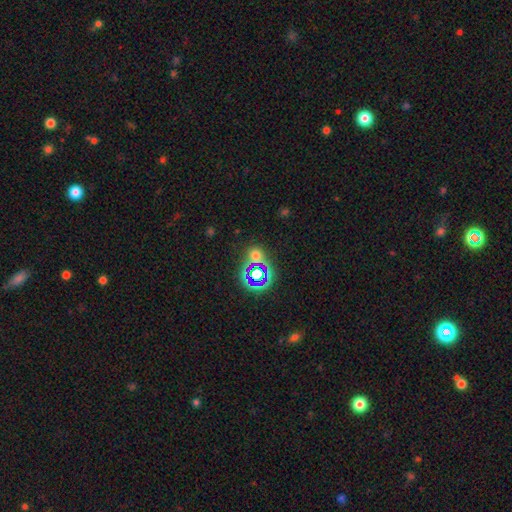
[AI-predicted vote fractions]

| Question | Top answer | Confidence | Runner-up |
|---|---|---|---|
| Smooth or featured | smooth | 46% | star or artifact (44%) |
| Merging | none | 69% | merger (15%) |